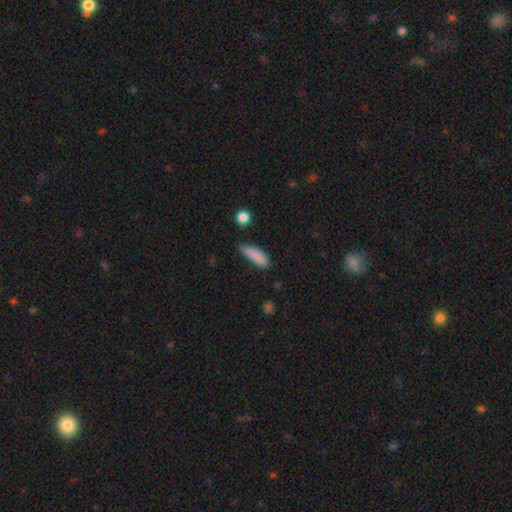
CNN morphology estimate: Smooth or featured?
  - smooth: 85% *
  - star or artifact: 8%
  - featured or disk: 7%
How rounded?
  - cigar-shaped: 52% *
  - in between: 45%
  - round: 2%
Merging?
  - none: 54% *
  - minor disturbance: 34%
  - major disturbance: 9%
  - merger: 4%